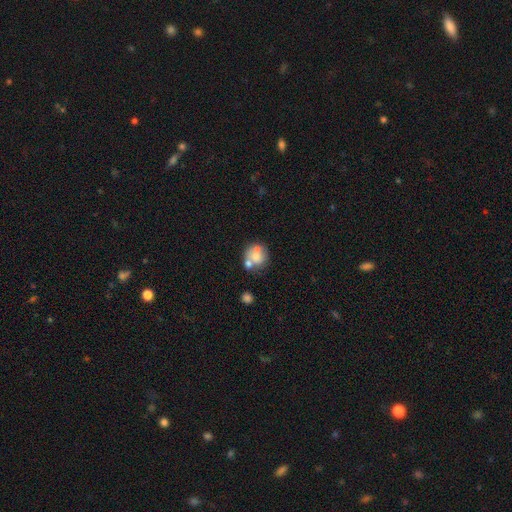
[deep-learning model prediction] smooth 62%, featured or disk 28%, star or artifact 10%. Down the decision tree: how rounded — round (77%); merging — none (43%).